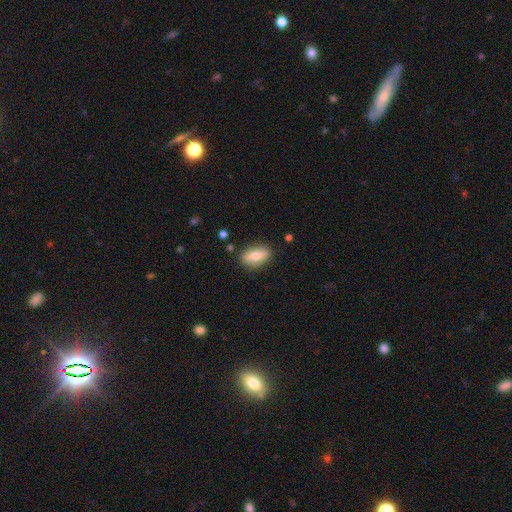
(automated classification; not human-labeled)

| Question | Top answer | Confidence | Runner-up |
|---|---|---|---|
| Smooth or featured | smooth | 70% | featured or disk (23%) |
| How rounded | in between | 85% | cigar-shaped (10%) |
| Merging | none | 84% | minor disturbance (11%) |